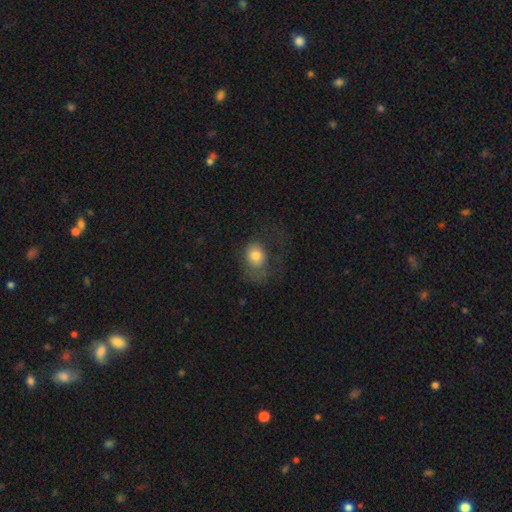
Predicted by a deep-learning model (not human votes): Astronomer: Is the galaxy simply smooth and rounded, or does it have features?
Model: smooth — 75%.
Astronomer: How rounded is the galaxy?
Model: round — 51% (runner-up: in between, 48%).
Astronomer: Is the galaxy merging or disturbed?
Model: none — 42% (runner-up: major disturbance, 34%).